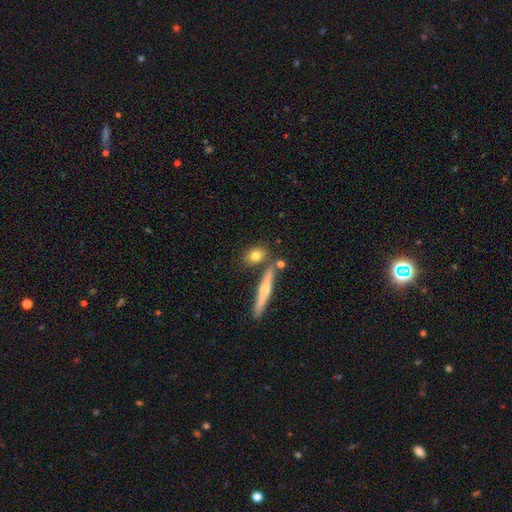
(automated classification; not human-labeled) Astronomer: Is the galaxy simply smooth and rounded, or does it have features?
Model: smooth — 75%.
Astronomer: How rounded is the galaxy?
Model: in between — 46% (runner-up: round, 38%).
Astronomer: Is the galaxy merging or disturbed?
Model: none — 71%.